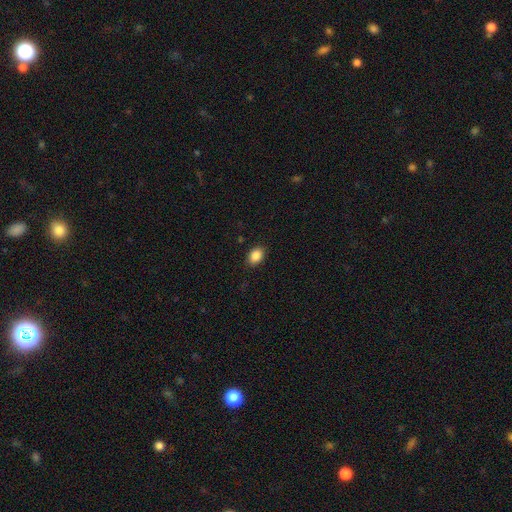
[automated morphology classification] This is clearly a smooth galaxy (87%). How rounded: likely in between (73%). Merging: clearly none (87%).